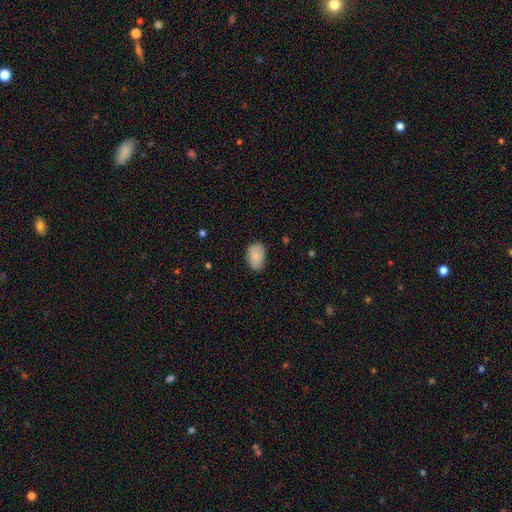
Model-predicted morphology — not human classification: The model was most divided on "merging": none: 76%, minor disturbance: 20%, major disturbance: 3%, merger: 1%. More confident: how rounded — in between (85%); smooth or featured — smooth (83%).